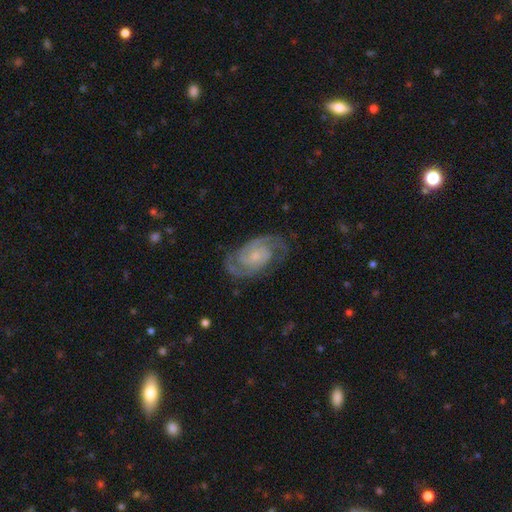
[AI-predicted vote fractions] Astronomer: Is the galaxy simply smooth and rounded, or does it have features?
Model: featured or disk — 90%.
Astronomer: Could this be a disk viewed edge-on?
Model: no — 97%.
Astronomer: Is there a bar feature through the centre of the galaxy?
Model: no — 58% (runner-up: weak, 35%).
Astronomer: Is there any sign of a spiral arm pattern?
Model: yes — 98%.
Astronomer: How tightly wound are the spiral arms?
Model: tight — 47% (runner-up: medium, 46%).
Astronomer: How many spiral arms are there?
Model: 2 — 88%.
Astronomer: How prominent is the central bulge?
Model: small — 61%.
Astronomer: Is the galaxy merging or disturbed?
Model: none — 78%.